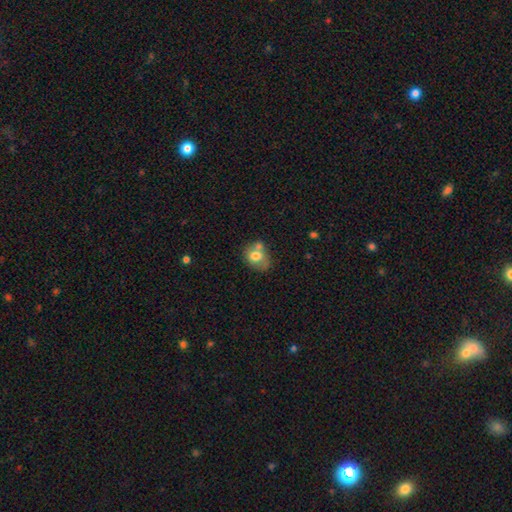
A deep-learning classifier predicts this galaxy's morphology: The model was most divided on "how rounded": in between: 53%, round: 47%, cigar-shaped: 1%. Remaining: smooth or featured — smooth (72%); merging — none (43%).